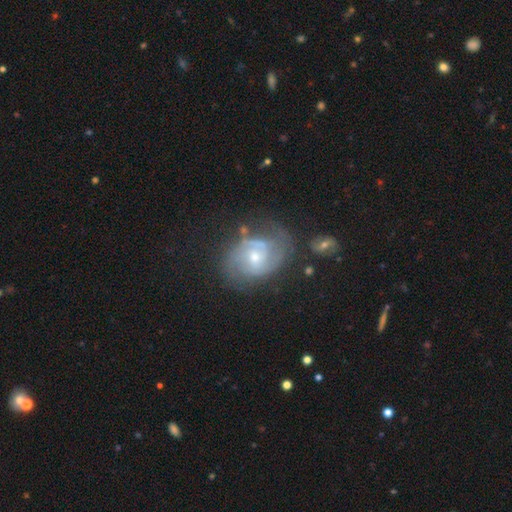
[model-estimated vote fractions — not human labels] This appears to be a featured or disk galaxy (80%) with no bar (55%), 2 (60%) medium (44%) spiral arms (92%) and a small central bulge (52%). Merging: none (55%).